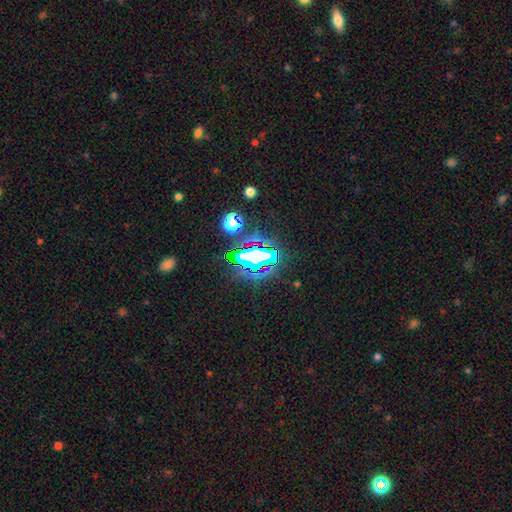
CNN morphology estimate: Smooth or featured? Predicted: star or artifact (p=0.64).